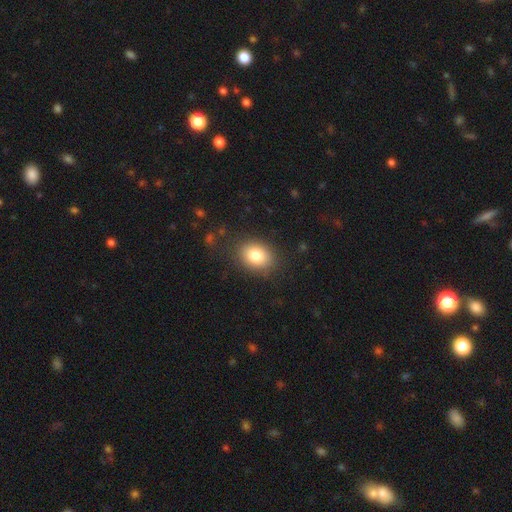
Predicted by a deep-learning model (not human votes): smooth 82%, star or artifact 9%, featured or disk 9%. Down the decision tree: how rounded — in between (61%); merging — none (84%).